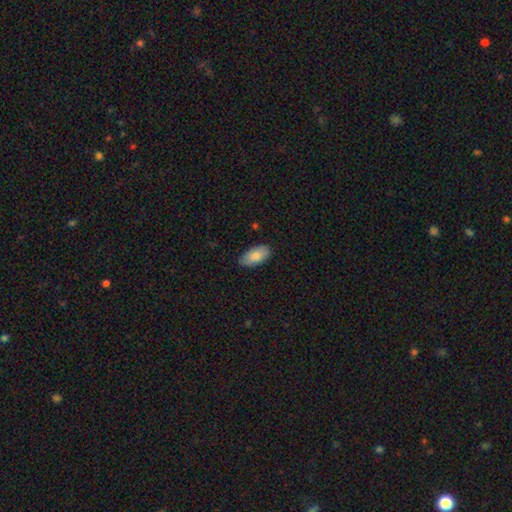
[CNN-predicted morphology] Smooth or featured? smooth (83%)
How rounded? in between (94%)
Merging? none (85%)